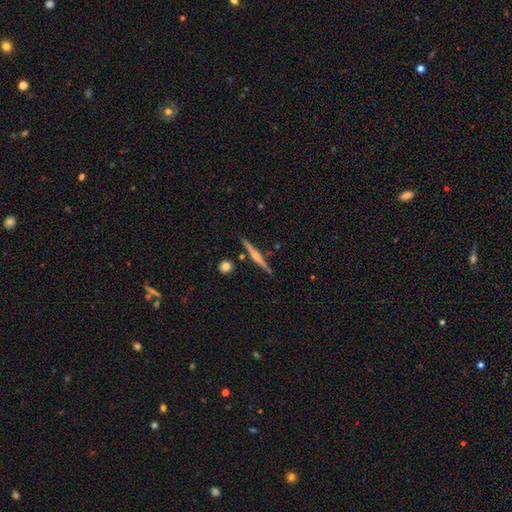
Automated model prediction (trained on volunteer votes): smooth-or-featured: featured or disk: 74% | smooth: 20% | star or artifact: 6%
  disk-edge-on: yes: 98% | no: 2%
    edge-on-bulge: rounded: 78% | none: 14% | boxy: 8%
  merging: none: 87% | minor disturbance: 8% | merger: 3% | major disturbance: 2%